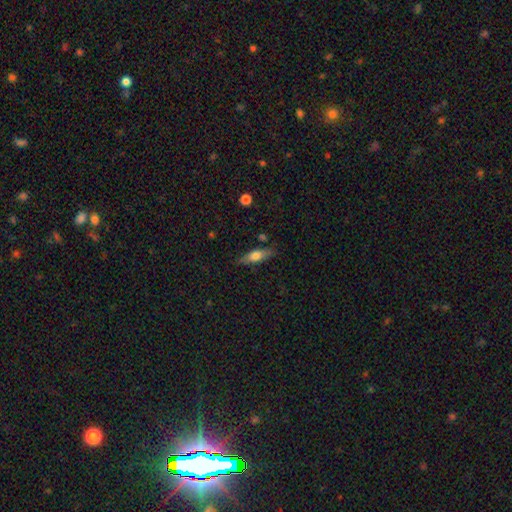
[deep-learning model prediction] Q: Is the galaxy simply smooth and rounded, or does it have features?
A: smooth — 60%.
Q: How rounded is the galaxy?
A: cigar-shaped — 49%.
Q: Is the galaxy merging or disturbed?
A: none — 79%.